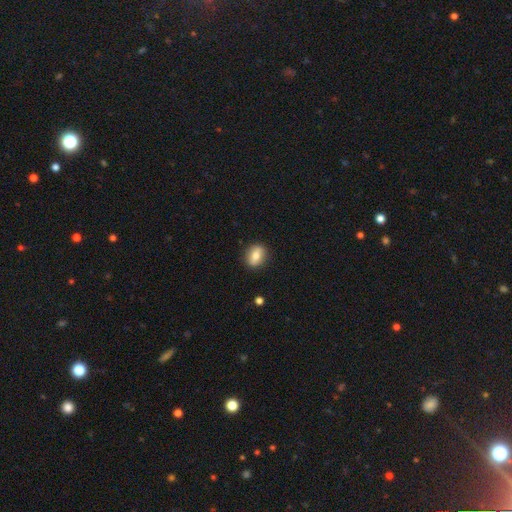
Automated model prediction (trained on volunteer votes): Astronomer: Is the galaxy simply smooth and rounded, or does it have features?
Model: smooth — 75%.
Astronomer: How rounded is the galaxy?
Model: in between — 65%.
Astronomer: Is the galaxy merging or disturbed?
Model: none — 88%.